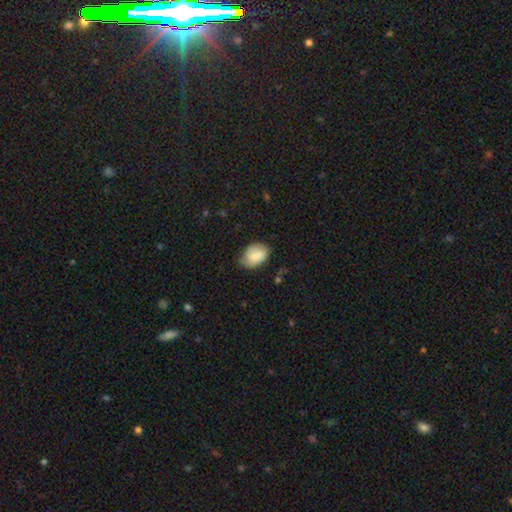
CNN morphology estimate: Smooth or featured: smooth — 75% (featured or disk — 18%)
How rounded: in between — 82% (round — 17%)
Merging: none — 65% (minor disturbance — 27%)